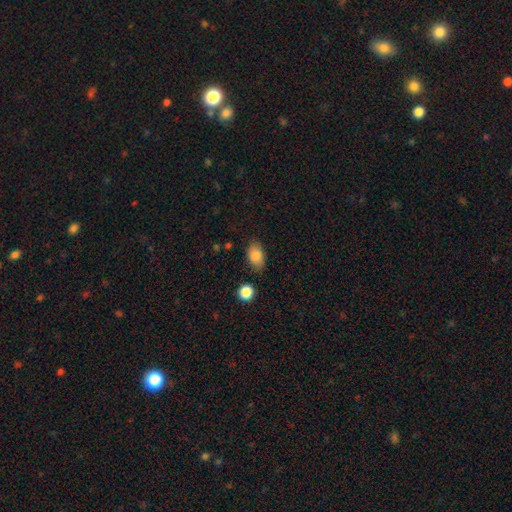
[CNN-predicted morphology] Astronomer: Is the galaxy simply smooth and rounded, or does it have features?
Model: smooth — 85%.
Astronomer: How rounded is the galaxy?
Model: in between — 88%.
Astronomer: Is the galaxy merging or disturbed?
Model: none — 78%.